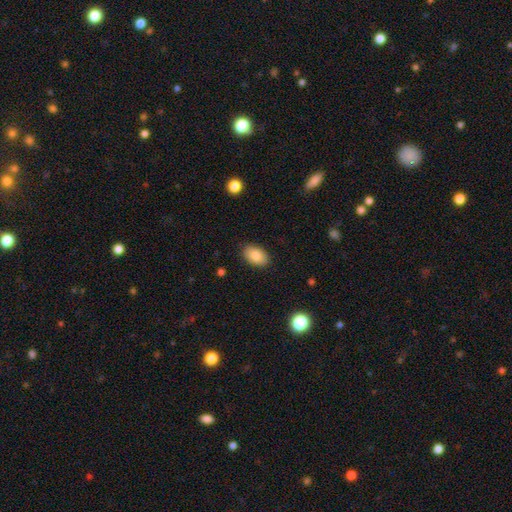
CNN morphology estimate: Smooth or featured? smooth (85%)
How rounded? in between (91%)
Merging? none (87%)